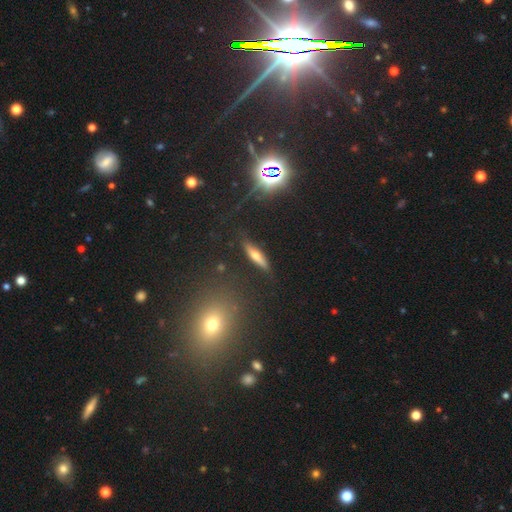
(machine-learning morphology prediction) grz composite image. It shows a smooth galaxy with no disk features (46%). Merging: none (83%).